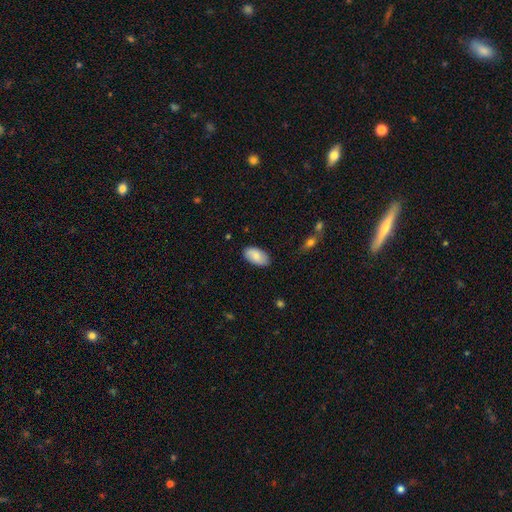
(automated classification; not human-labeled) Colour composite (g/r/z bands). It shows a smooth galaxy with no disk features (82%) that is in between round and cigar-shaped (96%). Merging: none (86%).